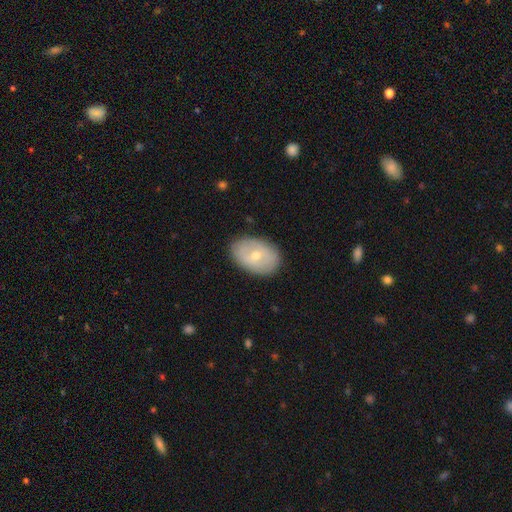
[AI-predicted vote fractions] Q: Smooth or featured?
A: smooth (54%); runner-up: featured or disk (40%)
Q: How rounded?
A: in between (80%); runner-up: round (18%)
Q: Merging?
A: none (85%); runner-up: minor disturbance (11%)